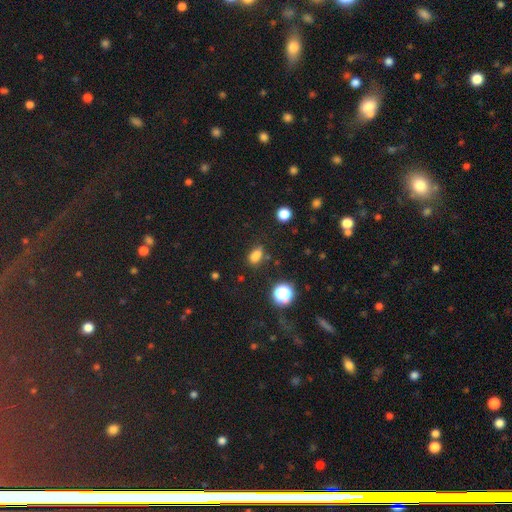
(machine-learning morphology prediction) smooth 77%, star or artifact 17%, featured or disk 6%. Down the decision tree: how rounded — in between (75%); merging — none (64%).